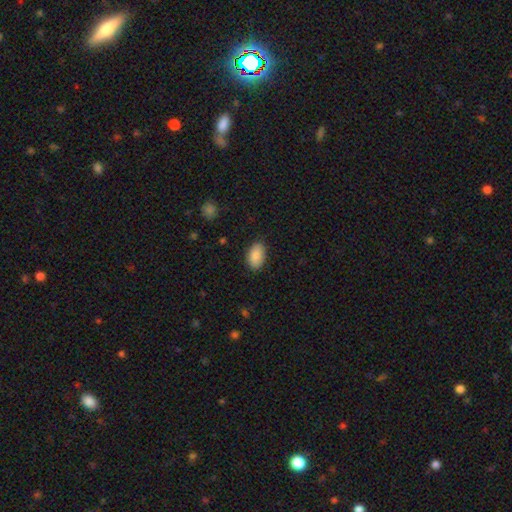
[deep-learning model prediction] This appears to be a smooth galaxy with no disk features (89%) that is in between round and cigar-shaped (93%). Merging: none (85%).